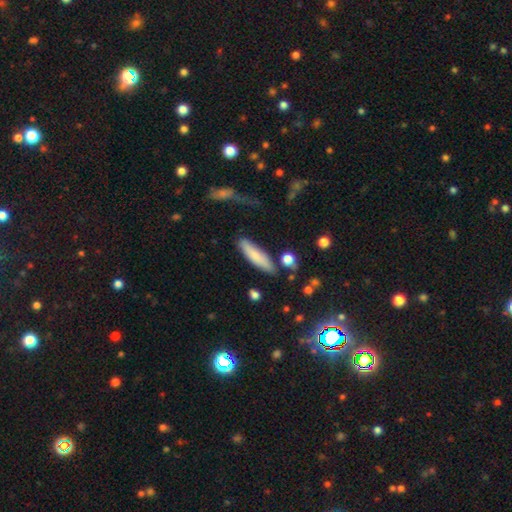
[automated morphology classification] smooth_or_featured: smooth (p=0.77) [alt: featured or disk p=0.16]
how_rounded: cigar-shaped (p=0.71) [alt: in between p=0.27]
merging: none (p=0.79) [alt: minor disturbance p=0.14]